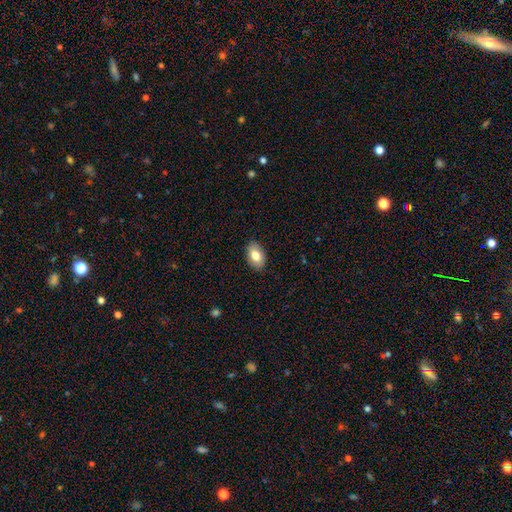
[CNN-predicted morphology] Smooth or featured?
  - smooth: 78% *
  - featured or disk: 15%
  - star or artifact: 7%
How rounded?
  - in between: 92% *
  - round: 7%
  - cigar-shaped: 1%
Merging?
  - none: 87% *
  - minor disturbance: 10%
  - major disturbance: 2%
  - merger: 1%